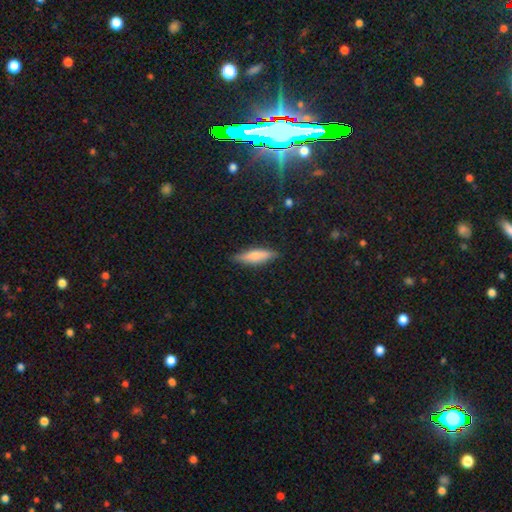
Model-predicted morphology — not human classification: Overall: smooth (73%). How rounded: cigar-shaped (63%; in between 35%). Merging: none (84%).